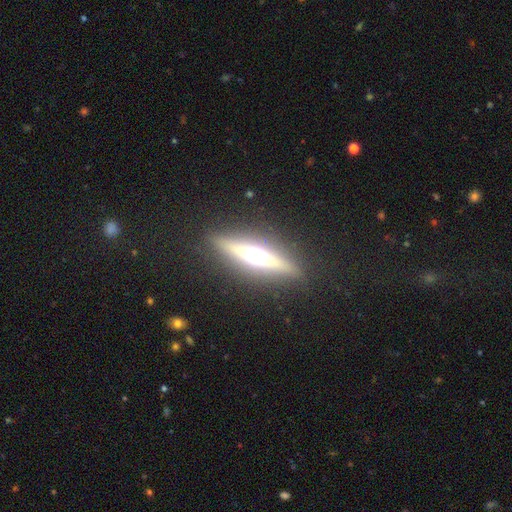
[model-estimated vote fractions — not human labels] Smooth or featured?
  - featured or disk: 70% *
  - smooth: 20%
  - star or artifact: 10%
Edge-on disk?
  - yes: 95% *
  - no: 5%
Edge-on bulge?
  - rounded: 93% *
  - boxy: 5%
  - none: 2%
Merging?
  - none: 88% *
  - minor disturbance: 8%
  - major disturbance: 3%
  - merger: 1%